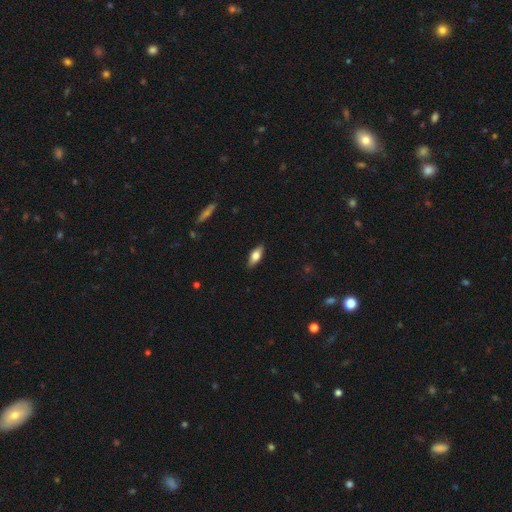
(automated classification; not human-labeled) Smooth or featured? smooth (67%)
How rounded? in between (78%)
Merging? none (88%)